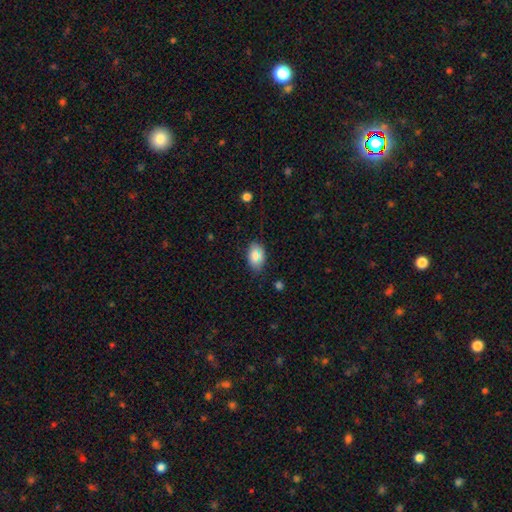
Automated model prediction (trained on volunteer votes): This is likely a smooth galaxy (79%). How rounded: clearly in between (89%). Merging: likely none (76%).